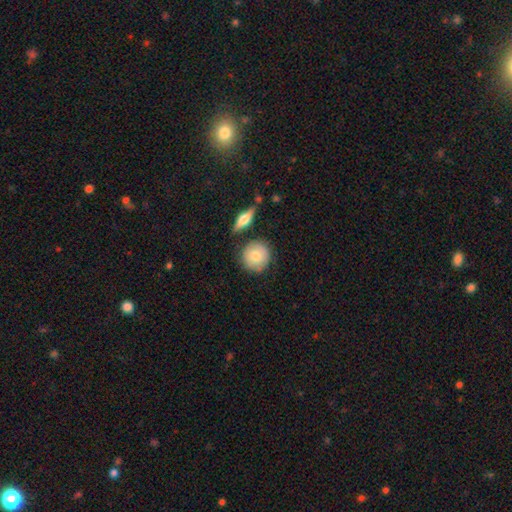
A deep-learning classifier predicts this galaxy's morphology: The model was most divided on "smooth or featured": smooth: 73%, featured or disk: 20%, star or artifact: 7%. More confident: how rounded — round (91%); merging — none (79%).